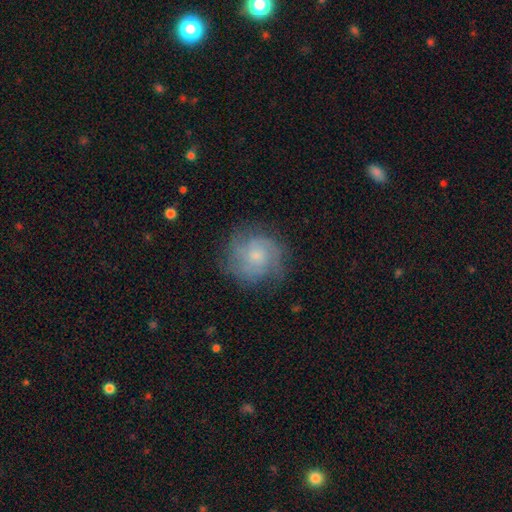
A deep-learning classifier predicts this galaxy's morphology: A featured or disk galaxy (63%) with no bar (73%), tight (49%) spiral arms (89%) and a small central bulge (54%). Merging: none (72%).